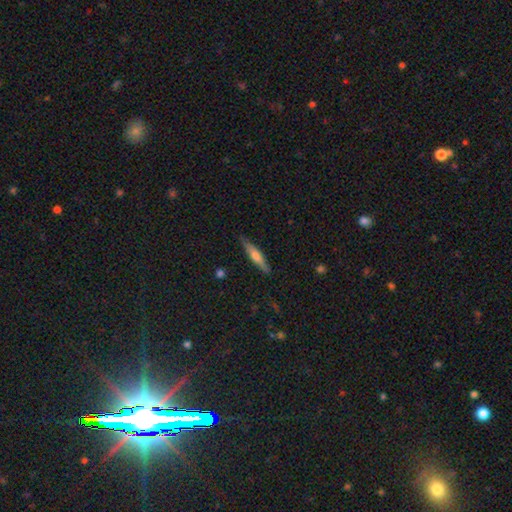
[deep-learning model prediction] This appears to be a smooth galaxy with no disk features (47%, tied with featured or disk). Merging: none (86%).